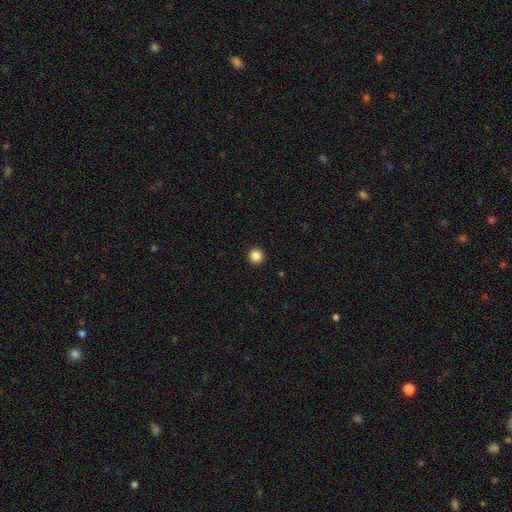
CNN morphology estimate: Smooth or featured? Predicted: smooth (p=0.86). How rounded? Predicted: round (p=0.96). Merging? Predicted: none (p=0.94).